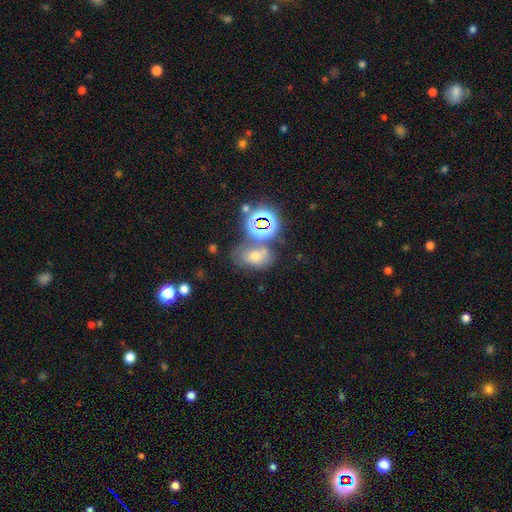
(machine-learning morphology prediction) A smooth galaxy with no disk features (47%).

Vote fractions:
- Smooth or featured? smooth: 47% / star or artifact: 35% / featured or disk: 19%
- Merging? none: 54% / merger: 23% / minor disturbance: 15% / major disturbance: 7%